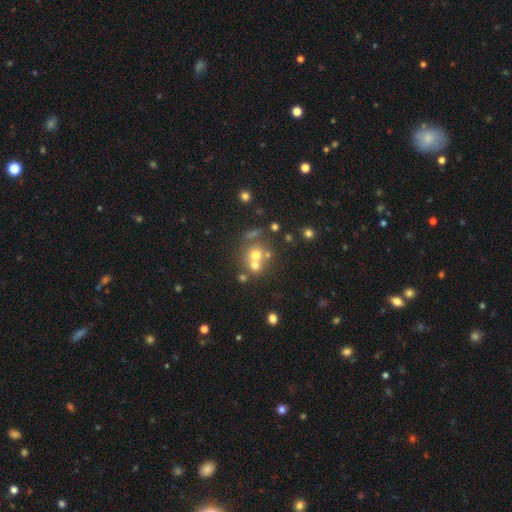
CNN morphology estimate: Smooth or featured?
  - smooth: 60% *
  - featured or disk: 22%
  - star or artifact: 18%
How rounded?
  - round: 85% *
  - in between: 14%
  - cigar-shaped: 1%
Merging?
  - none: 46% *
  - merger: 42%
  - minor disturbance: 8%
  - major disturbance: 5%